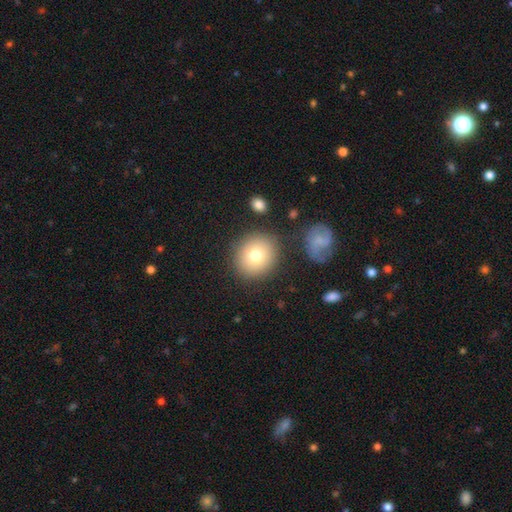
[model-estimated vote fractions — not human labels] A smooth galaxy with no disk features (77%) that is round (83%).

Vote fractions:
- Smooth or featured? smooth: 77% / featured or disk: 13% / star or artifact: 10%
- How rounded? round: 83% / in between: 16% / cigar-shaped: 1%
- Merging? none: 83% / minor disturbance: 9% / merger: 4% / major disturbance: 4%